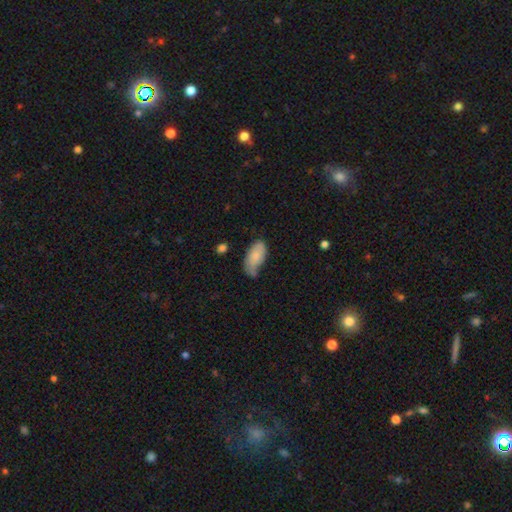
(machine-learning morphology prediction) Smooth or featured? smooth (76%)
How rounded? in between (94%)
Merging? none (40%)